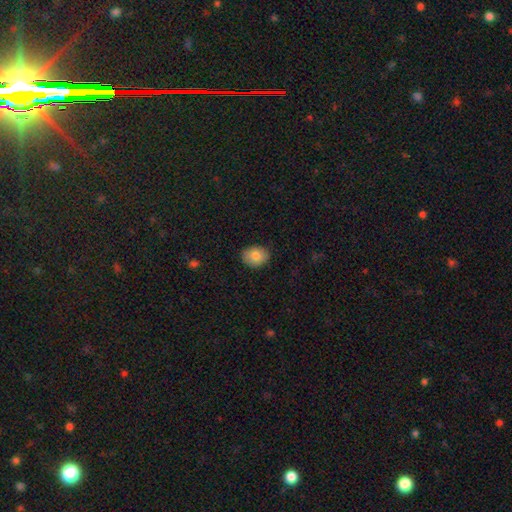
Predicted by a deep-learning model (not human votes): Smooth or featured?
  - smooth: 80% *
  - featured or disk: 12%
  - star or artifact: 8%
How rounded?
  - in between: 55% *
  - round: 44%
  - cigar-shaped: 1%
Merging?
  - none: 86% *
  - minor disturbance: 11%
  - major disturbance: 2%
  - merger: 1%